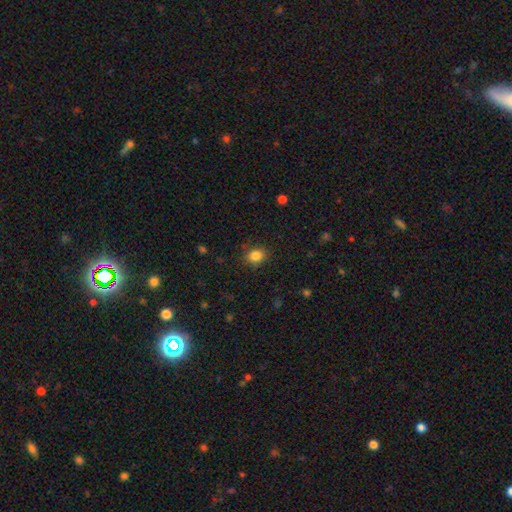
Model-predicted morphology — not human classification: smooth 84%, star or artifact 11%, featured or disk 5%. Down the decision tree: how rounded — round (55%); merging — none (85%).